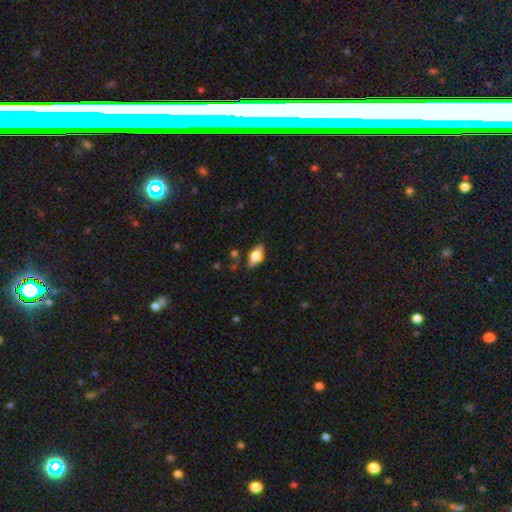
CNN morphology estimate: Smooth or featured?
  - smooth: 47% *
  - featured or disk: 45%
  - star or artifact: 8%
Merging?
  - none: 80% *
  - minor disturbance: 14%
  - major disturbance: 4%
  - merger: 3%